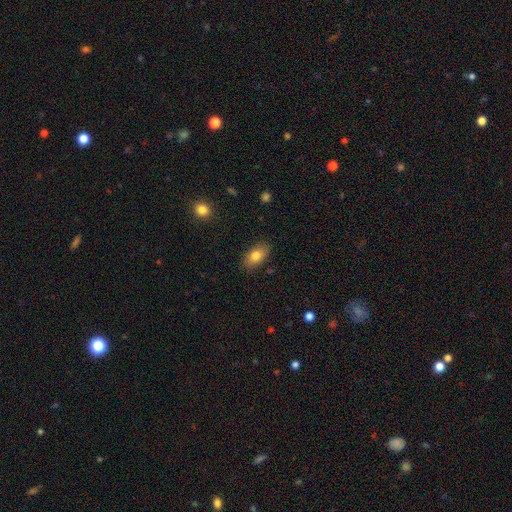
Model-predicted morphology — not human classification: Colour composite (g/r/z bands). It shows a smooth galaxy with no disk features (80%) that is in between round and cigar-shaped (90%). Merging: none (86%).